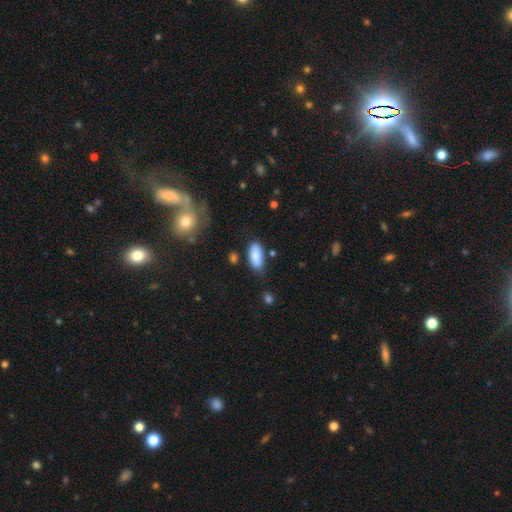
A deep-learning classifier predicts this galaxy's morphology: smooth 84%, featured or disk 9%, star or artifact 7%. Down the decision tree: how rounded — in between (88%); merging — none (72%).